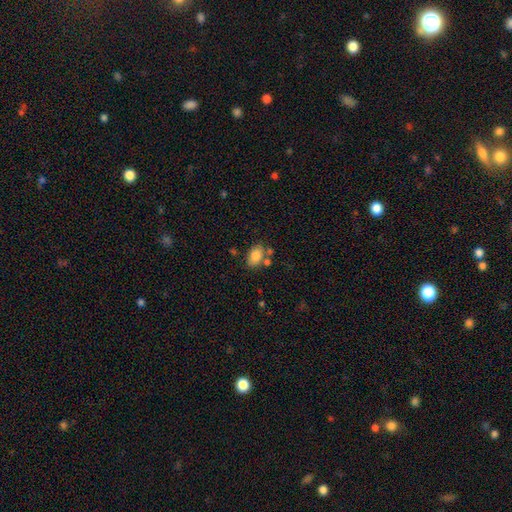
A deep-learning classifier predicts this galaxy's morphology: smooth 84%, star or artifact 8%, featured or disk 8%. Down the decision tree: how rounded — in between (85%); merging — none (65%).